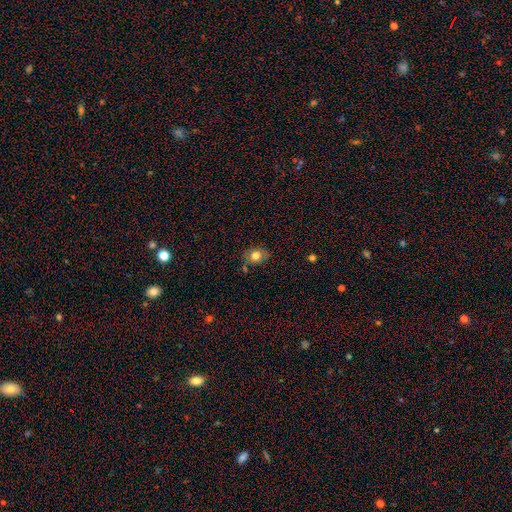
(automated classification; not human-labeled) Smooth or featured?
  - smooth: 78% *
  - featured or disk: 11%
  - star or artifact: 10%
How rounded?
  - in between: 58% *
  - round: 41%
  - cigar-shaped: 1%
Merging?
  - none: 74% *
  - minor disturbance: 18%
  - merger: 5%
  - major disturbance: 4%